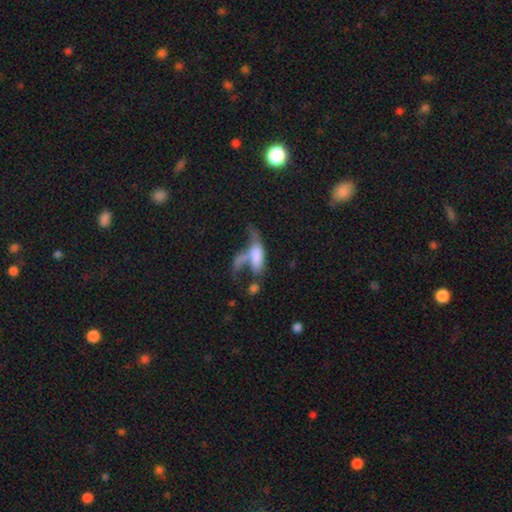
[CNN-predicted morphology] smooth_or_featured: smooth (p=0.54) [alt: featured or disk p=0.36]
how_rounded: in between (p=0.66) [alt: cigar-shaped p=0.30]
merging: merger (p=0.50) [alt: major disturbance p=0.28]